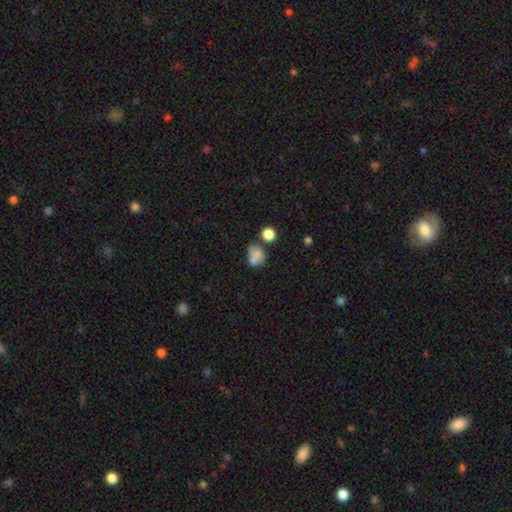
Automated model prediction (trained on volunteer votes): Smooth or featured? smooth (71%)
How rounded? in between (51%)
Merging? merger (40%)